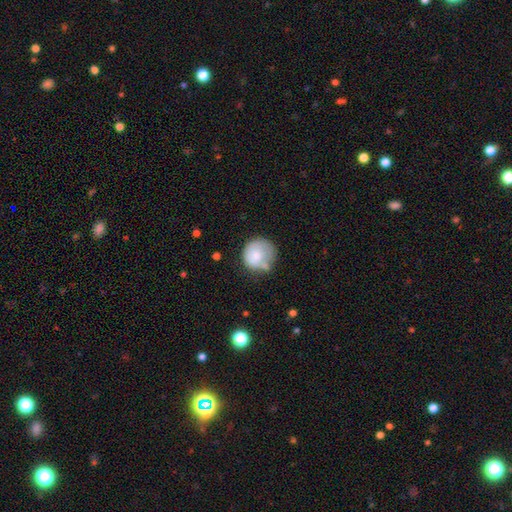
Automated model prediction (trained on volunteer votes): Smooth or featured? smooth (73%)
How rounded? round (87%)
Merging? none (49%)